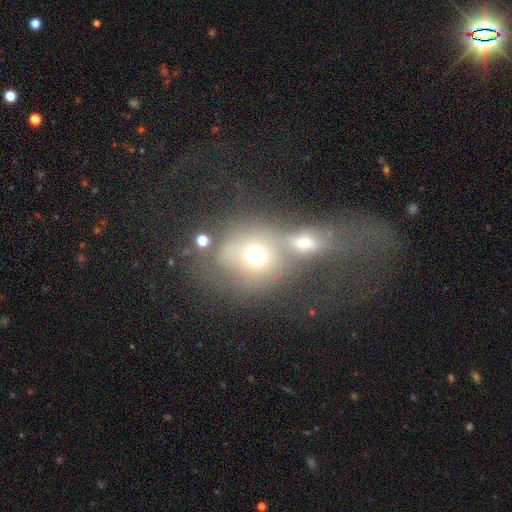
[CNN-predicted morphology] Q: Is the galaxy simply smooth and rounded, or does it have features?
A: smooth — 62%.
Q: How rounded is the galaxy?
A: round — 68%.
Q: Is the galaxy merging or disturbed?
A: merger — 64%.